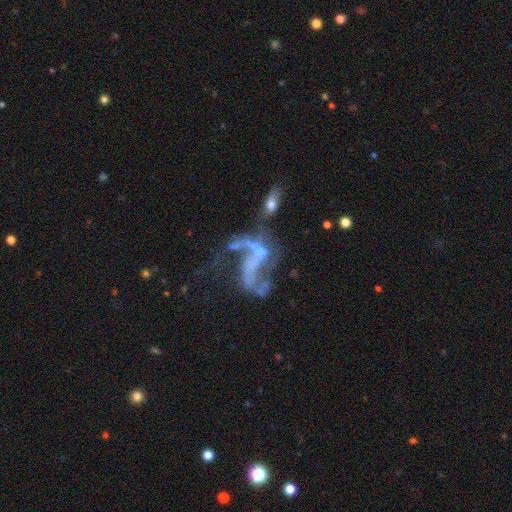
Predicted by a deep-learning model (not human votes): Overall: featured or disk (80%). Edge-on disk: no (97%). Bar: no (53%; weak 31%). Spiral arms: yes (72%). Spiral arm count: 2 (71%). Spiral winding: loose (76%). Bulge size: none (55%; small 29%). Merging: major disturbance (36%; none 27%).